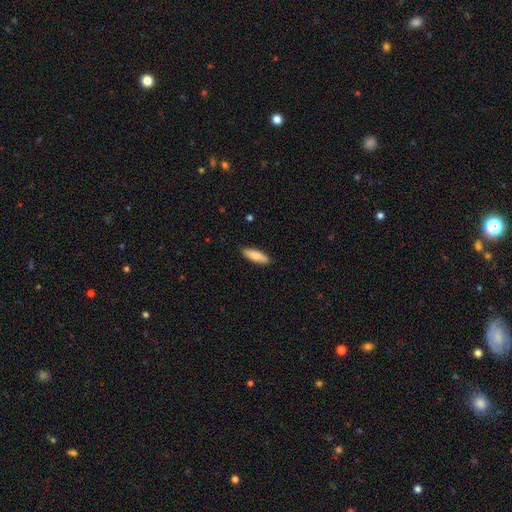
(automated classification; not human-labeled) smooth_or_featured: smooth (p=0.82) [alt: featured or disk p=0.13]
how_rounded: cigar-shaped (p=0.51) [alt: in between p=0.47]
merging: none (p=0.88) [alt: minor disturbance p=0.09]